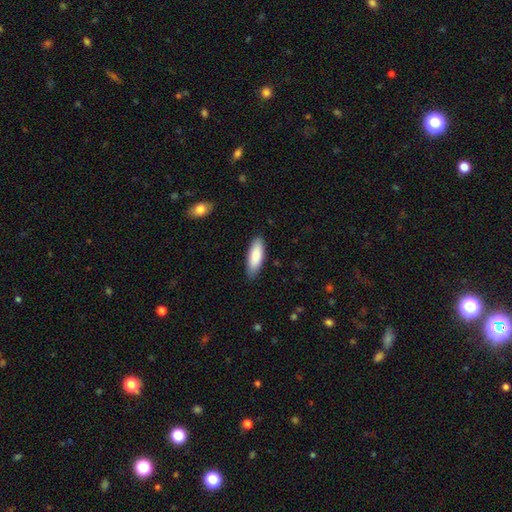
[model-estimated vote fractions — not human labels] A smooth galaxy with no disk features (87%) that is in between round and cigar-shaped (63%). Merging: none (85%).